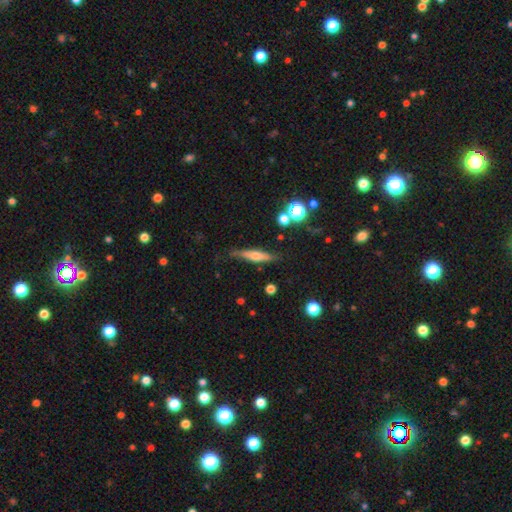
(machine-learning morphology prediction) A featured or disk galaxy (47%). Merging: none (77%).